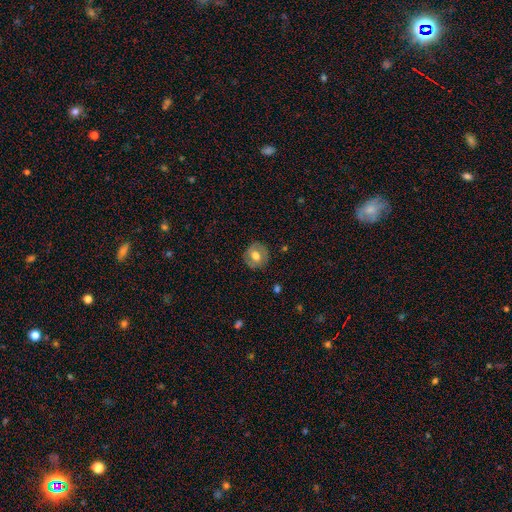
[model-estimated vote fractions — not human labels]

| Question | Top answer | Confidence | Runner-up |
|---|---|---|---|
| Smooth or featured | smooth | 60% | featured or disk (32%) |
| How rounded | round | 86% | in between (13%) |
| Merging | none | 84% | minor disturbance (12%) |